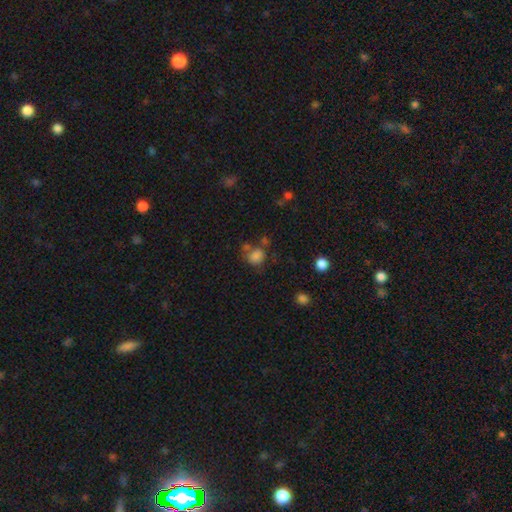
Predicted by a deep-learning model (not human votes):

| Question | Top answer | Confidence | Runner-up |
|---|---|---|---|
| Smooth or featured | smooth | 78% | star or artifact (13%) |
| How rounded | round | 68% | in between (31%) |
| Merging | none | 48% | merger (22%) |